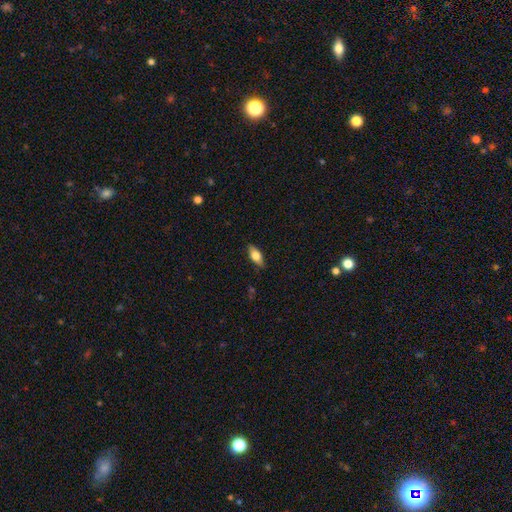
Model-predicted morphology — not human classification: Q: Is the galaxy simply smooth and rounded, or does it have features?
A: smooth — 71%.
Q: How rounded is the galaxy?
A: in between — 83%.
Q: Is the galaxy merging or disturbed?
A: none — 84%.